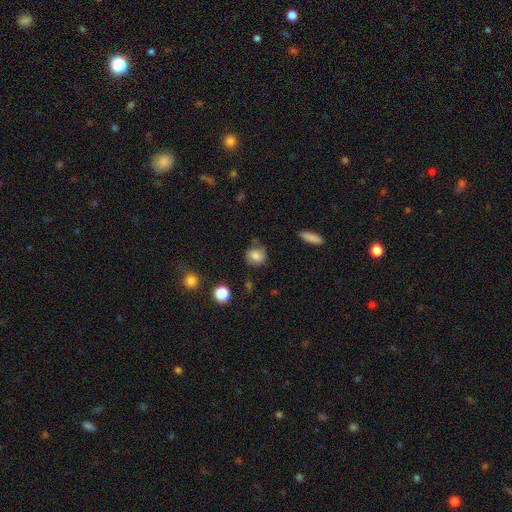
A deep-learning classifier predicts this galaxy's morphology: Smooth or featured?
  - smooth: 77% *
  - featured or disk: 12%
  - star or artifact: 10%
How rounded?
  - round: 74% *
  - in between: 24%
  - cigar-shaped: 1%
Merging?
  - none: 75% *
  - minor disturbance: 17%
  - major disturbance: 5%
  - merger: 3%